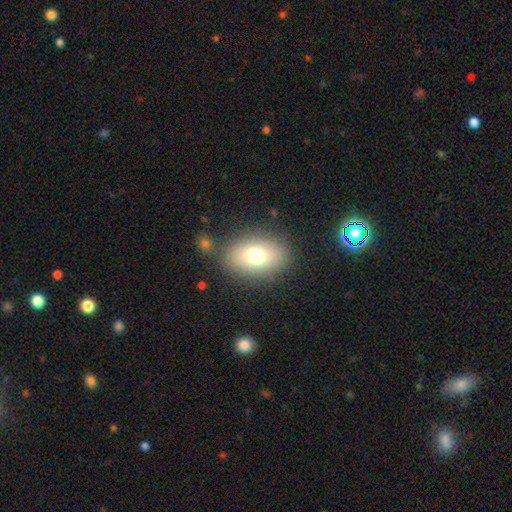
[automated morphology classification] smooth-or-featured: smooth: 73% | featured or disk: 15% | star or artifact: 12%
  how-rounded: in between: 77% | round: 22% | cigar-shaped: 1%
  merging: none: 81% | minor disturbance: 10% | major disturbance: 5% | merger: 4%